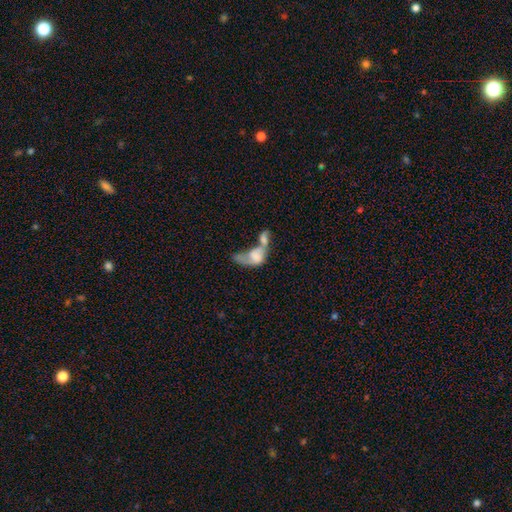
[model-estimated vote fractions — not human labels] smooth_or_featured: smooth (p=0.55) [alt: featured or disk p=0.35]
how_rounded: in between (p=0.83) [alt: round p=0.10]
merging: merger (p=0.71) [alt: major disturbance p=0.17]